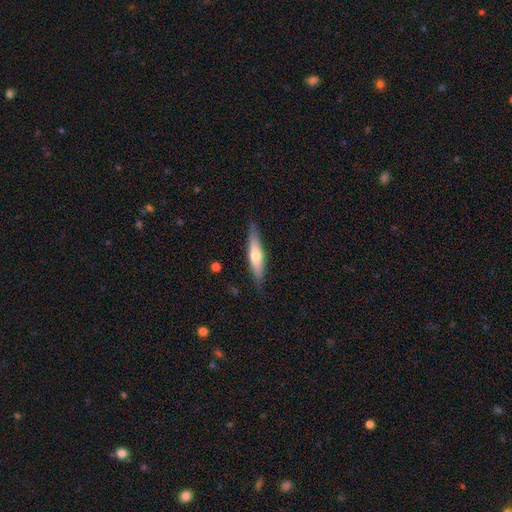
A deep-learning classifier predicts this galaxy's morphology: A smooth galaxy with no disk features (53%) that is cigar-shaped (79%). Merging: none (84%).